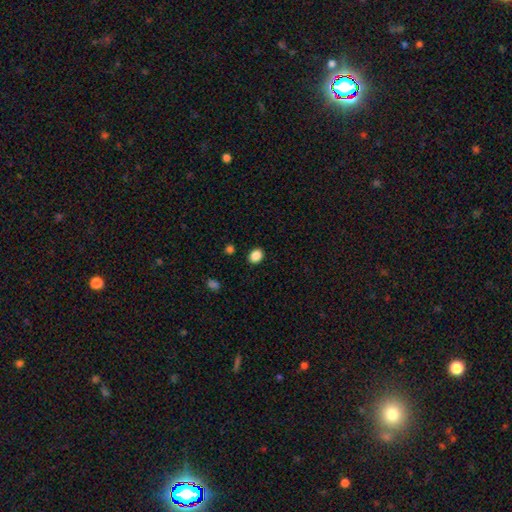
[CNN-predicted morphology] Smooth or featured? smooth (87%)
How rounded? round (54%)
Merging? none (90%)